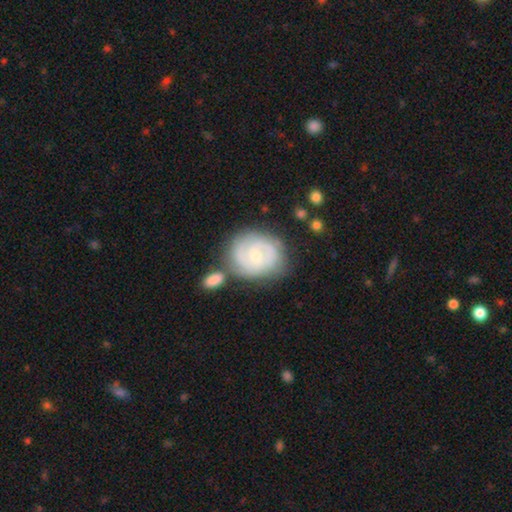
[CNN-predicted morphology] Smooth or featured?
  - featured or disk: 73% *
  - smooth: 21%
  - star or artifact: 6%
Edge-on disk?
  - no: 98% *
  - yes: 2%
Bar?
  - no: 54% *
  - weak: 39%
  - strong: 6%
Spiral arms?
  - yes: 91% *
  - no: 9%
Spiral winding?
  - tight: 59% *
  - medium: 32%
  - loose: 9%
Spiral arm count?
  - 2: 51% *
  - can't tell: 24%
  - 3: 15%
  - 1: 4%
  - 4: 3%
  - more than 4: 3%
Bulge size?
  - small: 65% *
  - moderate: 30%
  - none: 3%
  - large: 2%
  - dominant: 1%
Merging?
  - none: 61% *
  - minor disturbance: 19%
  - merger: 13%
  - major disturbance: 7%